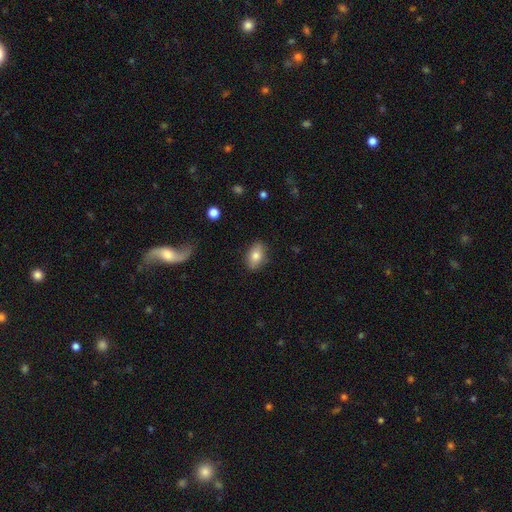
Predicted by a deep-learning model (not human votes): Morphology: type=smooth (79%); roundness=in between (87%); merging=none (85%).